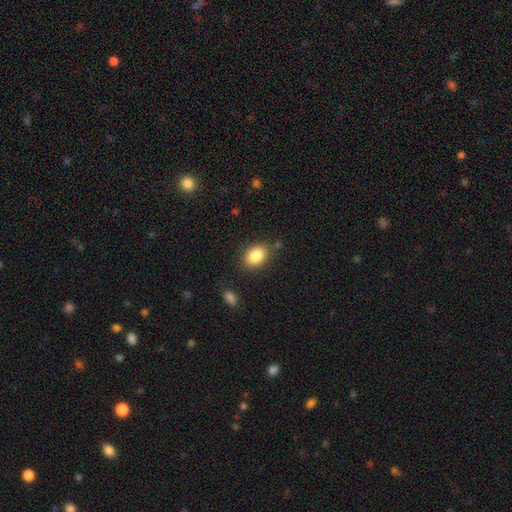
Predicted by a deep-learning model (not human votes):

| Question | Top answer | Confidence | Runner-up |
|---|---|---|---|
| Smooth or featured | smooth | 87% | star or artifact (8%) |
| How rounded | in between | 79% | round (20%) |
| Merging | none | 82% | minor disturbance (11%) |